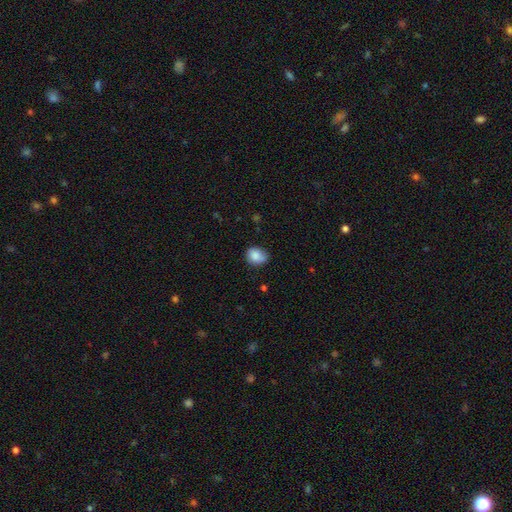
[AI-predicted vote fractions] Smooth or featured? Predicted: smooth (p=0.84). How rounded? Predicted: round (p=0.59). Merging? Predicted: none (p=0.64).